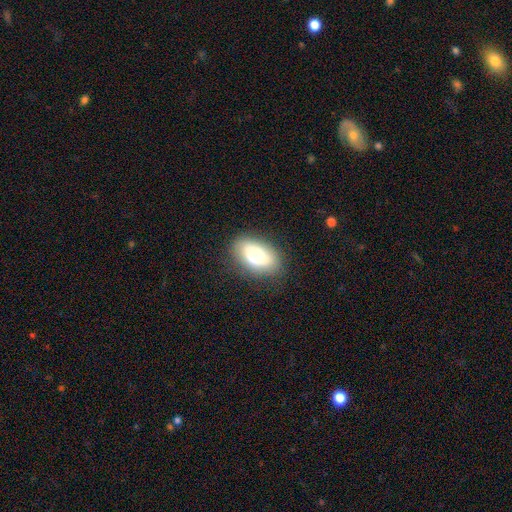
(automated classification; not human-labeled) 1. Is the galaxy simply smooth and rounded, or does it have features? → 76% smooth, 17% featured or disk, 8% star or artifact.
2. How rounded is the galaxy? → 91% in between, 6% round, 3% cigar-shaped.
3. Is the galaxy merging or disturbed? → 80% none, 15% minor disturbance, 4% major disturbance, 1% merger.